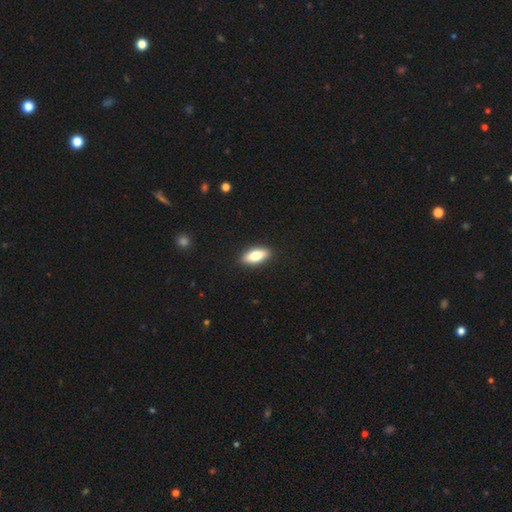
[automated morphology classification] Q: Smooth or featured?
A: smooth (77%); runner-up: featured or disk (16%)
Q: How rounded?
A: in between (81%); runner-up: cigar-shaped (16%)
Q: Merging?
A: none (89%); runner-up: minor disturbance (8%)